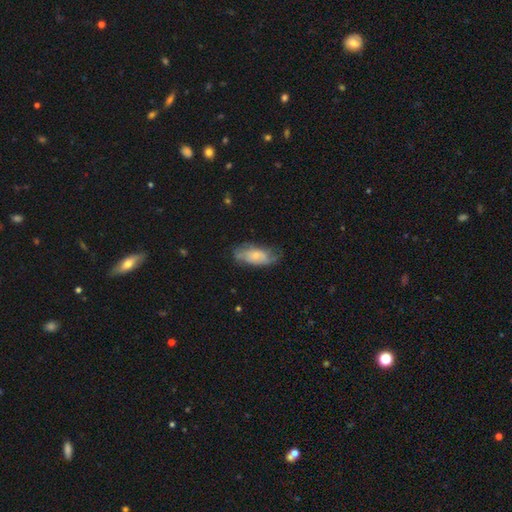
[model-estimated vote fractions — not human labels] This is possibly a smooth galaxy (50%). How rounded: clearly in between (86%). Merging: possibly none (55%).